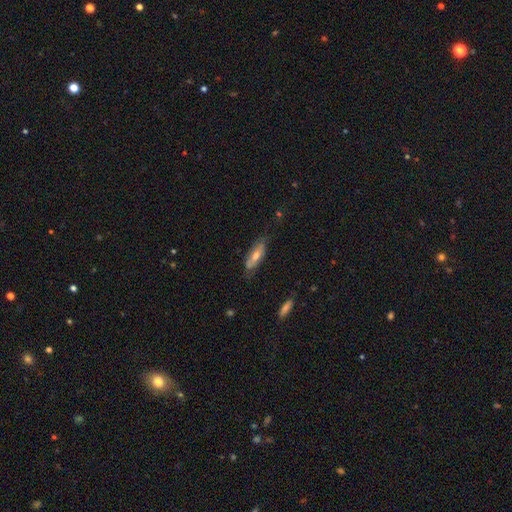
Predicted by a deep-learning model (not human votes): Smooth or featured? smooth (46%, tied with featured or disk)
Merging? none (72%)